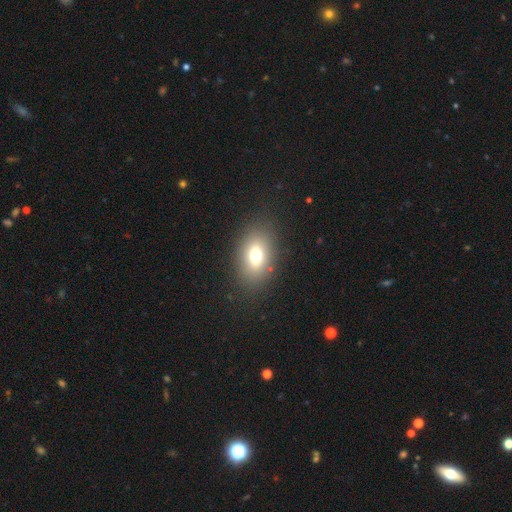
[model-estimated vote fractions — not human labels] smooth 72%, featured or disk 15%, star or artifact 13%. Down the decision tree: how rounded — in between (80%); merging — none (85%).